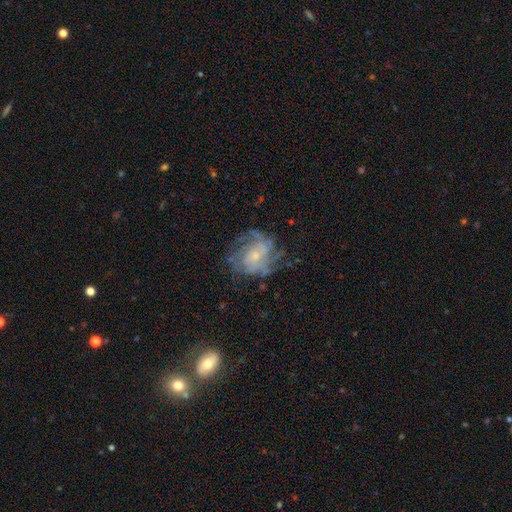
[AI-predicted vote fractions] Morphology: type=featured or disk (78%); edge-on=no (98%); bar=no (70%); spiral arms=yes (88%); winding=tight (45%); arm count=can't tell (39%); bulge=small (65%); merging=none (62%).